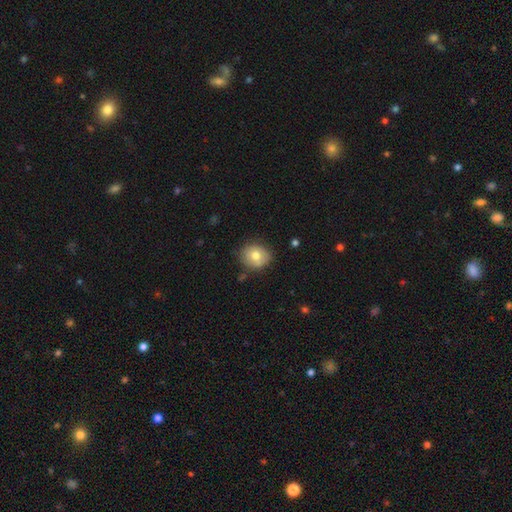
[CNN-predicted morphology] Smooth or featured? Predicted: smooth (p=0.74). How rounded? Predicted: round (p=0.68). Merging? Predicted: none (p=0.77).